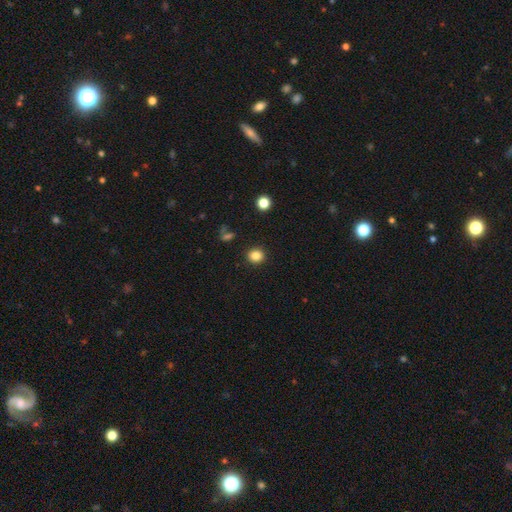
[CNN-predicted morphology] smooth_or_featured: smooth (p=0.84) [alt: star or artifact p=0.11]
how_rounded: round (p=0.84) [alt: in between p=0.15]
merging: none (p=0.91) [alt: minor disturbance p=0.06]